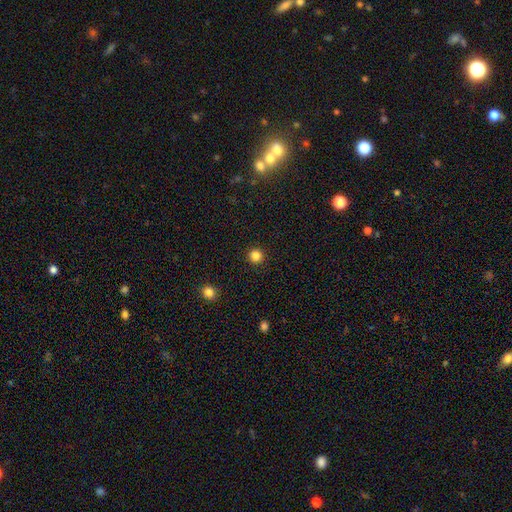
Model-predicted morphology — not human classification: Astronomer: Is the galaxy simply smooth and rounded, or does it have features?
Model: smooth — 84%.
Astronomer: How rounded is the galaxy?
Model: round — 95%.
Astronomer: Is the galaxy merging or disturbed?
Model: none — 93%.